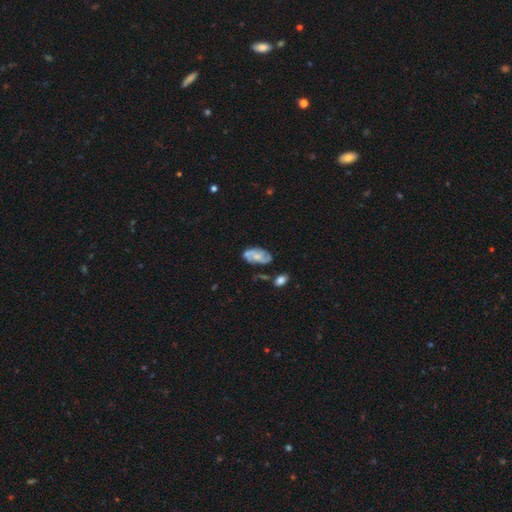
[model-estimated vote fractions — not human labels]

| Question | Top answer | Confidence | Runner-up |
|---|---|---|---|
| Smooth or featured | featured or disk | 64% | smooth (30%) |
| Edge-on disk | no | 95% | yes (5%) |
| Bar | no | 68% | weak (27%) |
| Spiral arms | yes | 82% | no (18%) |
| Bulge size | small | 41% | moderate (40%) |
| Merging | none | 63% | minor disturbance (22%) |